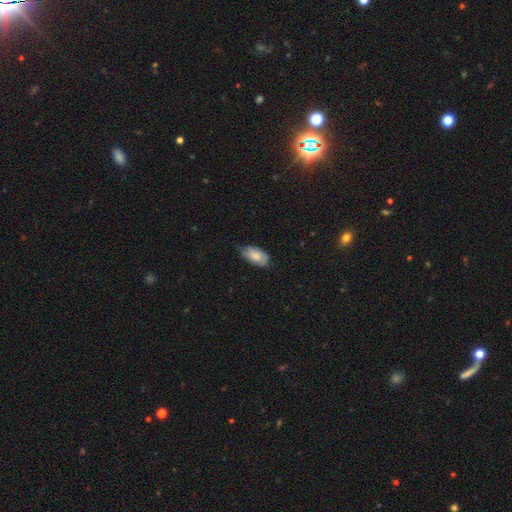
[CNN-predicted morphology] Overall: smooth (74%). How rounded: in between (93%). Merging: none (65%; minor disturbance 28%).